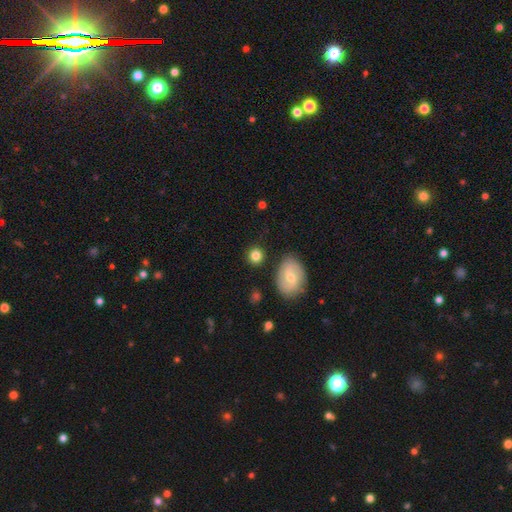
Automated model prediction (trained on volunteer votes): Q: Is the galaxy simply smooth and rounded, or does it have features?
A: smooth — 82%.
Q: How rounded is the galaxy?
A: round — 86%.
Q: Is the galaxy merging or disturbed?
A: none — 85%.